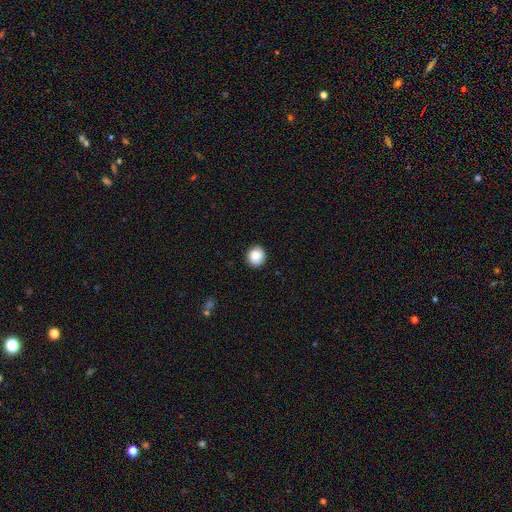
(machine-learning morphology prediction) smooth-or-featured: smooth: 86% | star or artifact: 8% | featured or disk: 6%
  how-rounded: round: 83% | in between: 16% | cigar-shaped: 1%
  merging: none: 87% | minor disturbance: 9% | major disturbance: 2% | merger: 1%